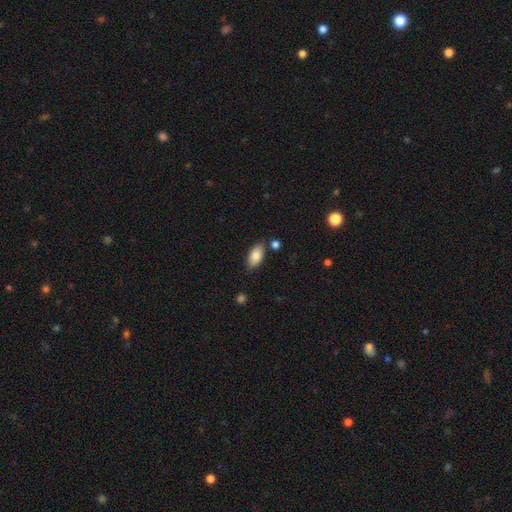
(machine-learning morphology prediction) smooth-or-featured: smooth: 85% | featured or disk: 8% | star or artifact: 7%
  how-rounded: in between: 93% | cigar-shaped: 4% | round: 3%
  merging: none: 80% | minor disturbance: 12% | merger: 5% | major disturbance: 3%